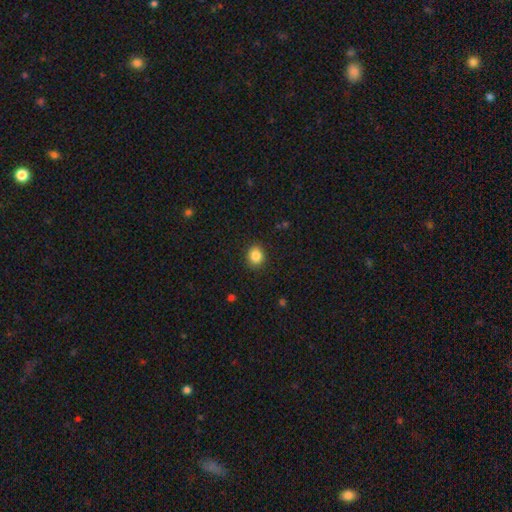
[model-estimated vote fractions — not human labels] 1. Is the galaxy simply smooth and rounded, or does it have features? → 85% smooth, 10% star or artifact, 5% featured or disk.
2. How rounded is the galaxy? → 70% round, 29% in between, 1% cigar-shaped.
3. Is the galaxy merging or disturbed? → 90% none, 7% minor disturbance, 2% major disturbance, 1% merger.